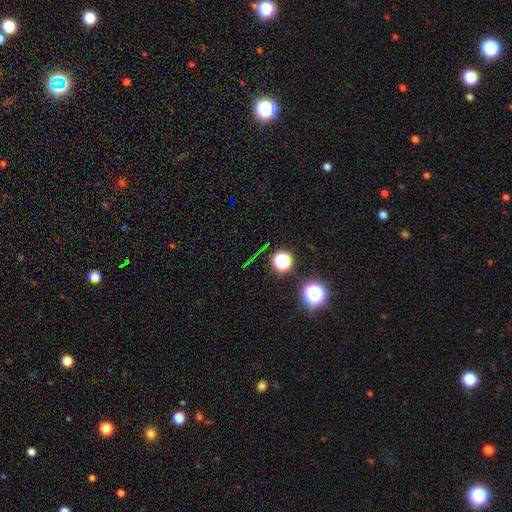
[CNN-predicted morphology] This appears to be a star or artifact, not a galaxy (70%).